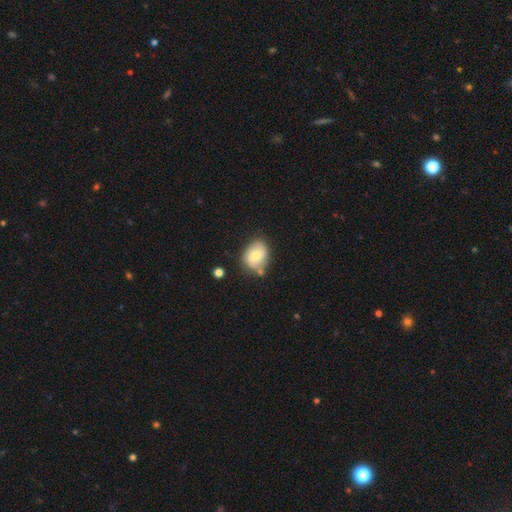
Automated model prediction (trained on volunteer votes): Smooth or featured? smooth (69%)
How rounded? in between (57%)
Merging? none (65%)